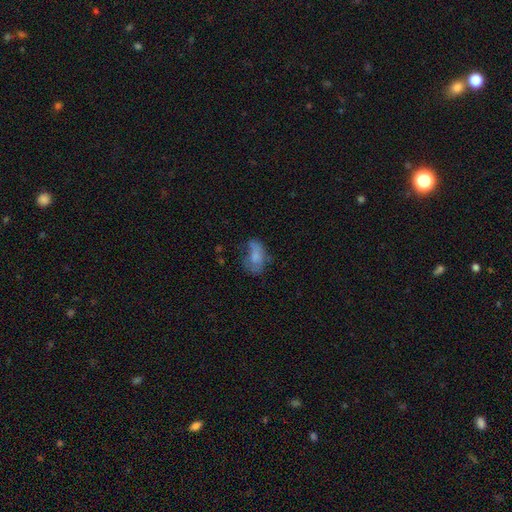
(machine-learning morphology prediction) Smooth or featured?
  - smooth: 61% *
  - featured or disk: 28%
  - star or artifact: 10%
How rounded?
  - in between: 87% *
  - round: 10%
  - cigar-shaped: 3%
Merging?
  - none: 33% * (tied)
  - major disturbance: 33% * (tied)
  - minor disturbance: 29%
  - merger: 6%